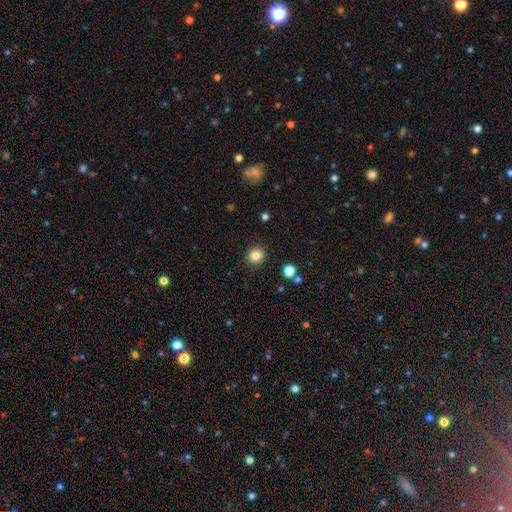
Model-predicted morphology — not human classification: type=smooth (83%); roundness=round (89%); merging=none (91%).